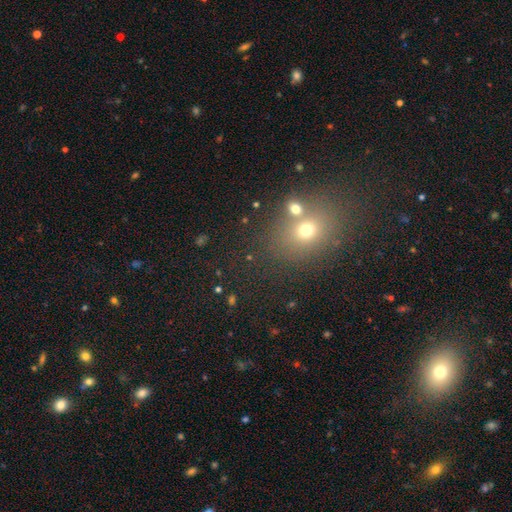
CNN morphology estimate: smooth-or-featured: smooth: 54% | star or artifact: 32% | featured or disk: 13%
  how-rounded: in between: 50% | round: 49% | cigar-shaped: 2%
  merging: none: 68% | merger: 18% | minor disturbance: 10% | major disturbance: 5%